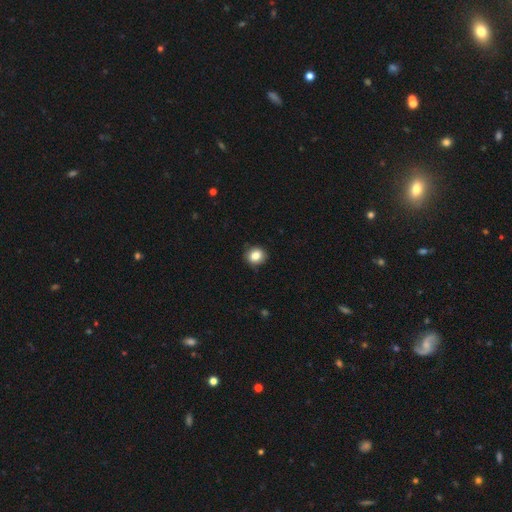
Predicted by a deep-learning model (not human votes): Q: Smooth or featured?
A: smooth (83%); runner-up: star or artifact (10%)
Q: How rounded?
A: round (82%); runner-up: in between (17%)
Q: Merging?
A: none (88%); runner-up: minor disturbance (9%)